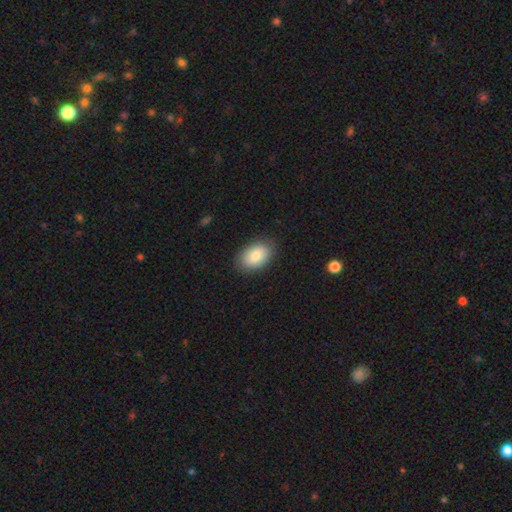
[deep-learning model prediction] Smooth or featured?
  - smooth: 83% *
  - featured or disk: 10%
  - star or artifact: 7%
How rounded?
  - in between: 88% *
  - round: 11%
  - cigar-shaped: 1%
Merging?
  - none: 87% *
  - minor disturbance: 9%
  - major disturbance: 2%
  - merger: 1%